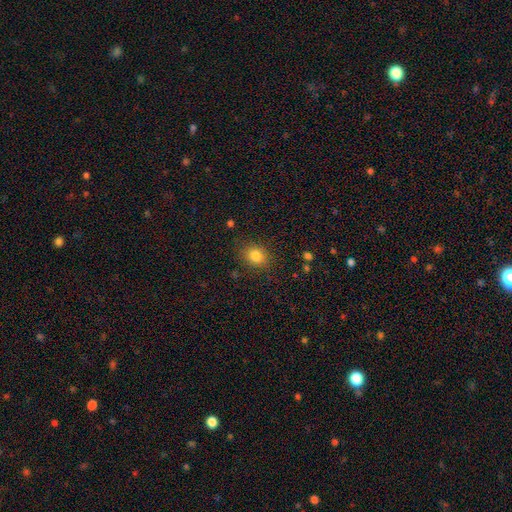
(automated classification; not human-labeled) The model was most divided on "how rounded": round: 60%, in between: 39%, cigar-shaped: 1%. More confident: merging — none (84%); smooth or featured — smooth (82%).